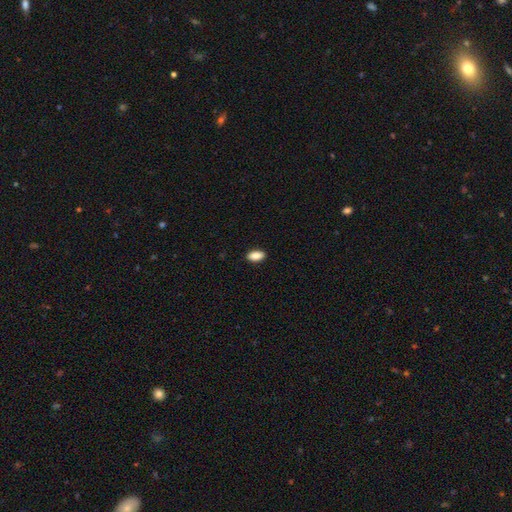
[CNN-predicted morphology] A smooth galaxy with no disk features (88%) that is in between round and cigar-shaped (91%). Merging: none (90%).